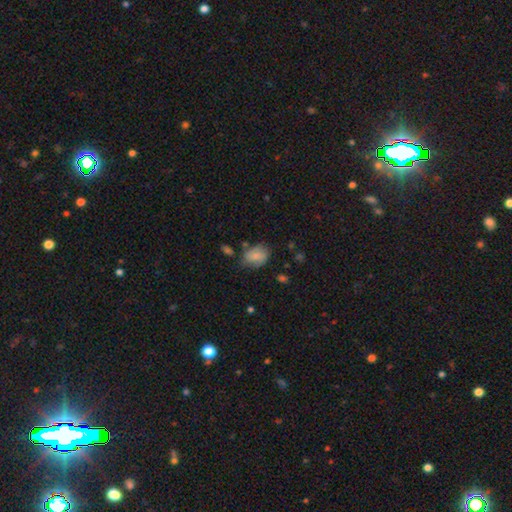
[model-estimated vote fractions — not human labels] Smooth or featured?
  - smooth: 71% *
  - featured or disk: 20%
  - star or artifact: 8%
How rounded?
  - in between: 74% *
  - round: 24%
  - cigar-shaped: 1%
Merging?
  - none: 55% *
  - minor disturbance: 31%
  - major disturbance: 9%
  - merger: 6%